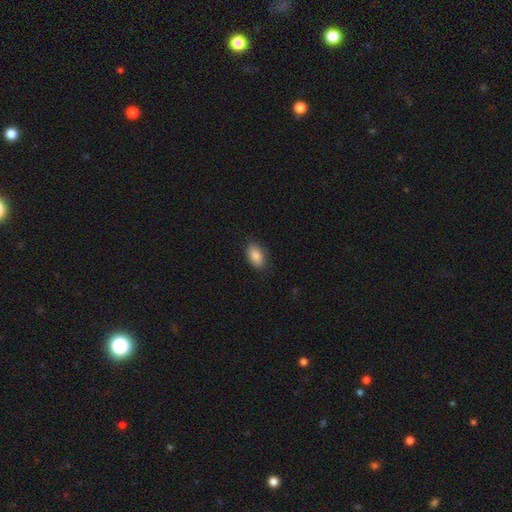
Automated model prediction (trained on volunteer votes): Smooth or featured? smooth (88%)
How rounded? in between (92%)
Merging? none (85%)